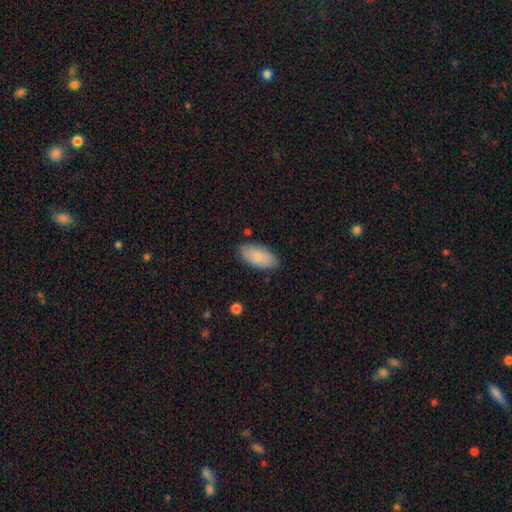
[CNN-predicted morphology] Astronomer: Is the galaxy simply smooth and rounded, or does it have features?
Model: smooth — 84%.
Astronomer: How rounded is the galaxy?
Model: in between — 94%.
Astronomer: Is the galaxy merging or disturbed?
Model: none — 84%.